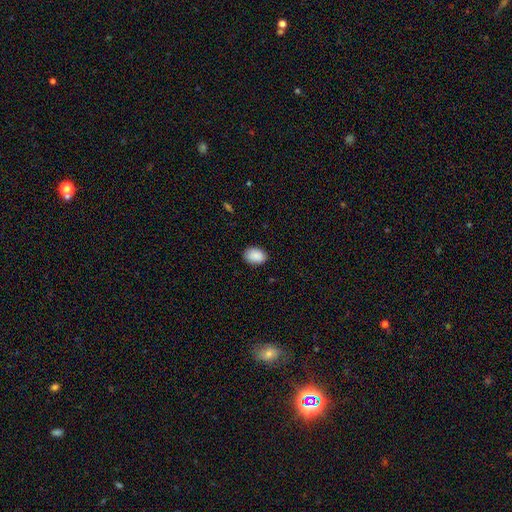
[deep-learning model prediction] Smooth or featured?
  - smooth: 90% *
  - star or artifact: 7%
  - featured or disk: 3%
How rounded?
  - in between: 80% *
  - round: 19%
  - cigar-shaped: 1%
Merging?
  - none: 86% *
  - minor disturbance: 11%
  - major disturbance: 2%
  - merger: 1%